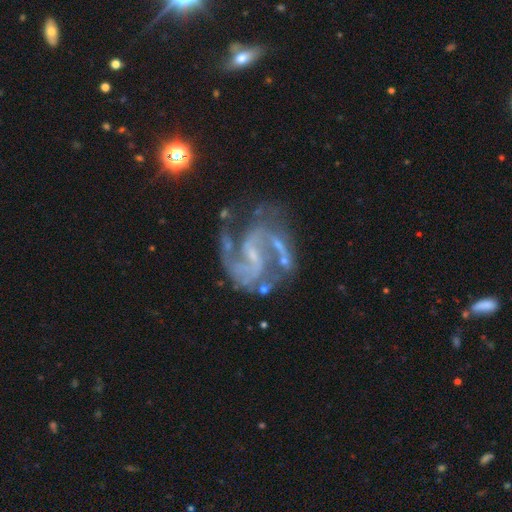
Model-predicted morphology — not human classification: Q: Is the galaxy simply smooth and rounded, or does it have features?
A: featured or disk — 91%.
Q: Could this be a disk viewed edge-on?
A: no — 98%.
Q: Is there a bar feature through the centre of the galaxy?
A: weak — 47%.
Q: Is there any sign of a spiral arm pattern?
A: yes — 98%.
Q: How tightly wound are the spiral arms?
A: medium — 59%.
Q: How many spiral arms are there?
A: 2 — 83%.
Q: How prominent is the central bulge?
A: small — 64%.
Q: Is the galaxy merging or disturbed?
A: none — 57%.